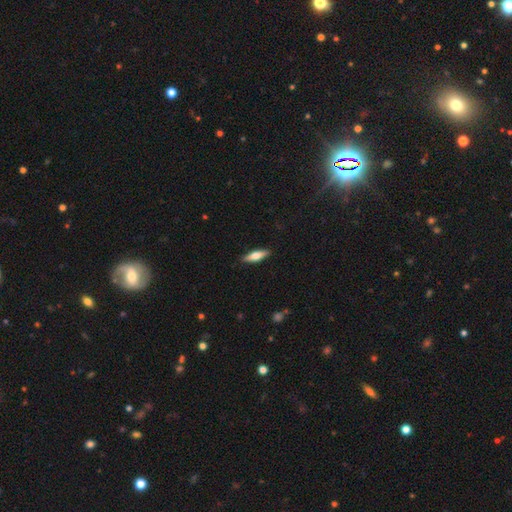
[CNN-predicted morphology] Smooth or featured?
  - smooth: 60% *
  - featured or disk: 35%
  - star or artifact: 6%
How rounded?
  - cigar-shaped: 58% *
  - in between: 40%
  - round: 2%
Merging?
  - none: 89% *
  - minor disturbance: 8%
  - major disturbance: 2%
  - merger: 1%